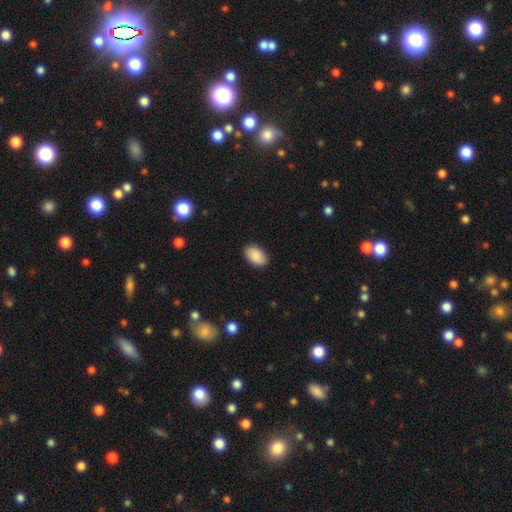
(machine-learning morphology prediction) Smooth or featured?
  - smooth: 88% *
  - star or artifact: 6%
  - featured or disk: 5%
How rounded?
  - in between: 92% *
  - round: 7%
  - cigar-shaped: 1%
Merging?
  - none: 86% *
  - minor disturbance: 11%
  - major disturbance: 2%
  - merger: 1%